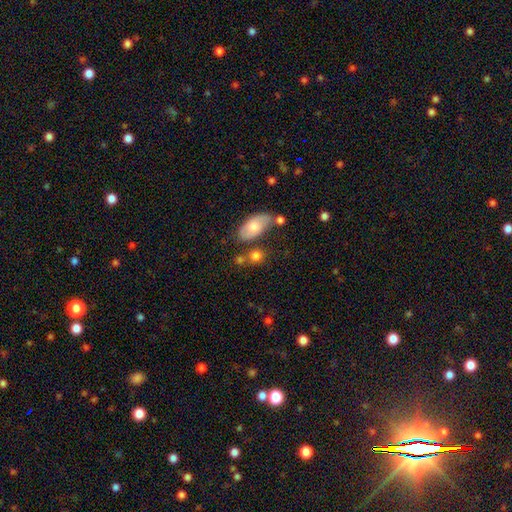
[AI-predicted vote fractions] Morphology: type=smooth (79%); roundness=in between (52%); merging=none (57%).